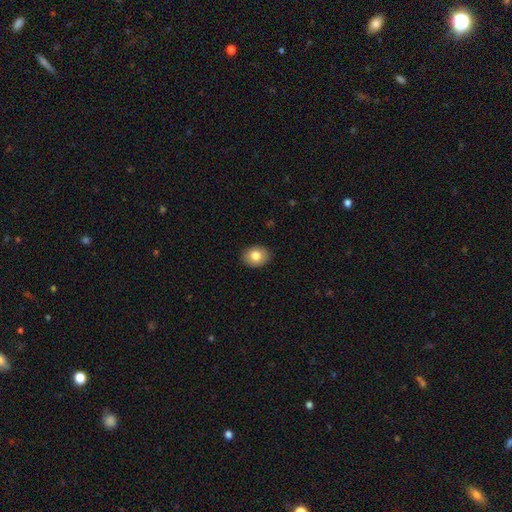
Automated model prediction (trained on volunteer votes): Overall: smooth (82%). How rounded: in between (52%; round 47%). Merging: none (90%).